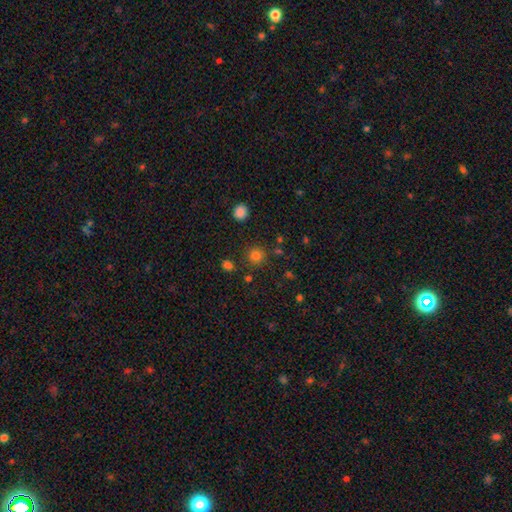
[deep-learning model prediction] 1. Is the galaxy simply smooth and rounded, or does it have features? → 80% smooth, 15% star or artifact, 5% featured or disk.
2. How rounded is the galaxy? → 92% round, 7% in between, 1% cigar-shaped.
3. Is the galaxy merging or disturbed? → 84% none, 8% minor disturbance, 4% merger, 3% major disturbance.